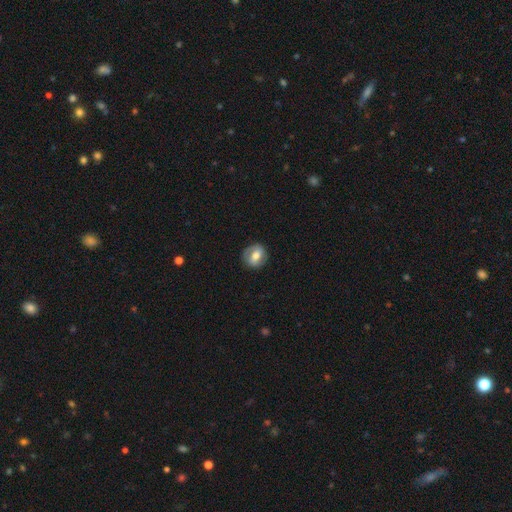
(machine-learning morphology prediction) smooth-or-featured: smooth: 48% | featured or disk: 44% | star or artifact: 8%
  merging: none: 84% | minor disturbance: 11% | major disturbance: 4% | merger: 1%